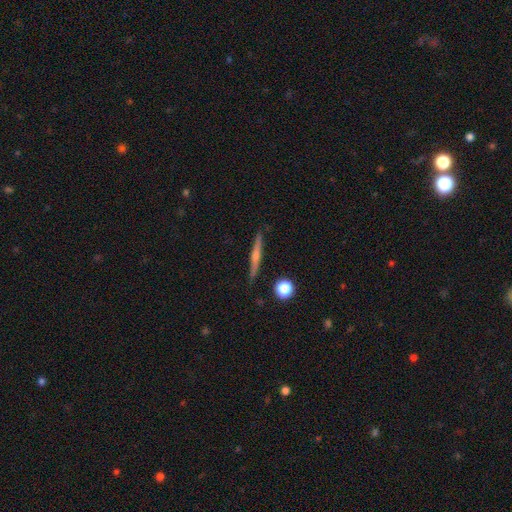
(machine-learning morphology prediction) A featured or disk galaxy (65%) viewed edge-on (98%) with a rounded central bulge (81%). Merging: none (90%).